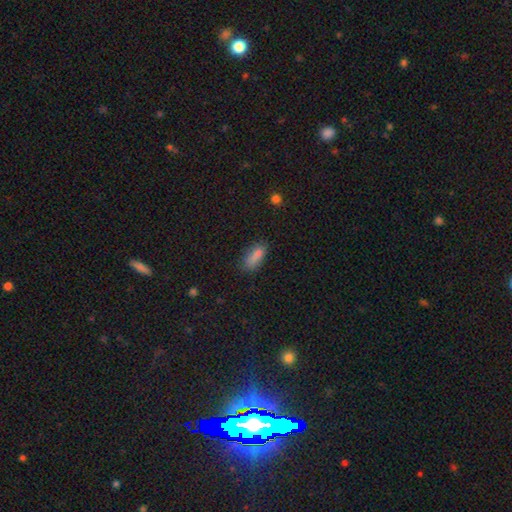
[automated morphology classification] Smooth or featured: smooth — 82% (star or artifact — 11%)
How rounded: in between — 79% (cigar-shaped — 18%)
Merging: none — 66% (minor disturbance — 23%)